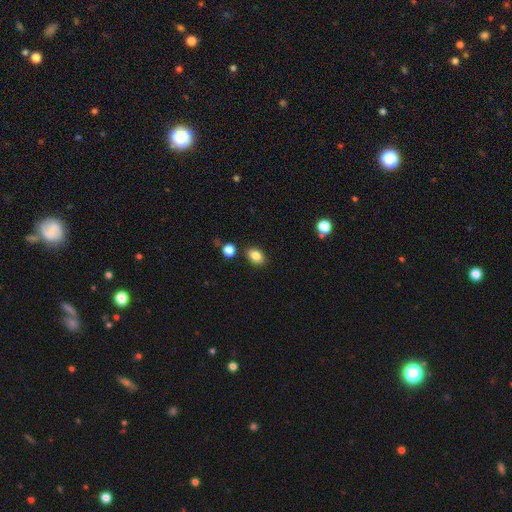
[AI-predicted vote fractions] This appears to be a smooth galaxy with no disk features (84%) that is in between round and cigar-shaped (79%). Merging: none (85%).